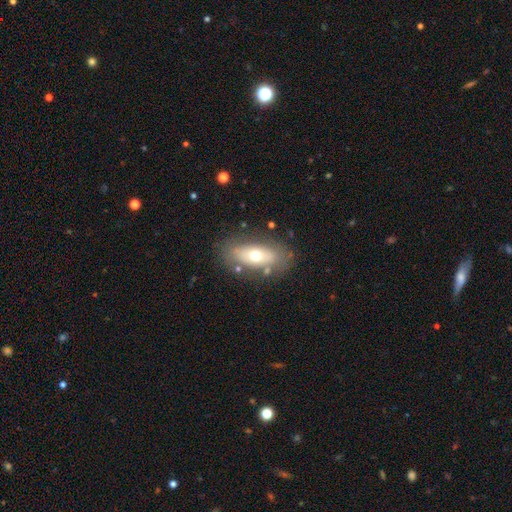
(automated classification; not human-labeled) The model was most divided on "smooth or featured": smooth: 57%, featured or disk: 35%, star or artifact: 8%. More confident: how rounded — in between (82%); merging — none (77%).